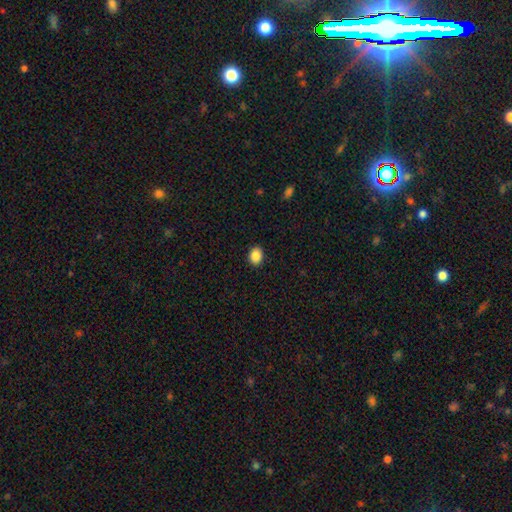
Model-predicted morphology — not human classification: Q: Smooth or featured?
A: smooth (88%); runner-up: star or artifact (9%)
Q: How rounded?
A: in between (60%); runner-up: round (39%)
Q: Merging?
A: none (91%); runner-up: minor disturbance (7%)